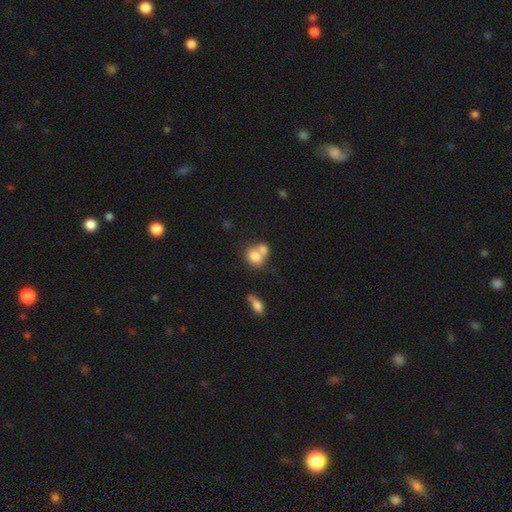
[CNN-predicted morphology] Q: Smooth or featured?
A: smooth (77%); runner-up: featured or disk (14%)
Q: How rounded?
A: round (54%); runner-up: in between (45%)
Q: Merging?
A: merger (57%); runner-up: none (29%)